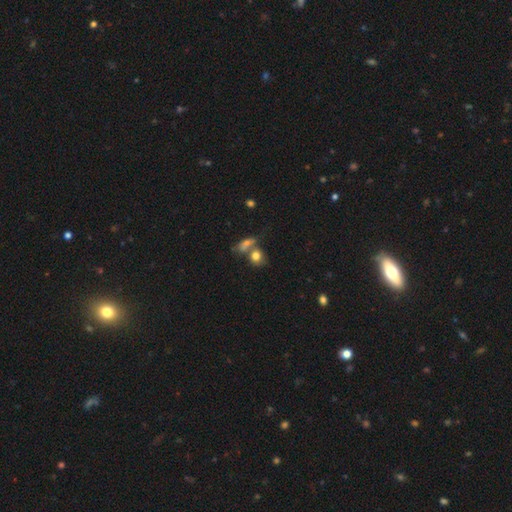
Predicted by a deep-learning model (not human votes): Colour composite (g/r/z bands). It shows a smooth galaxy with no disk features (78%) that is round (60%). Merging: none (43%).